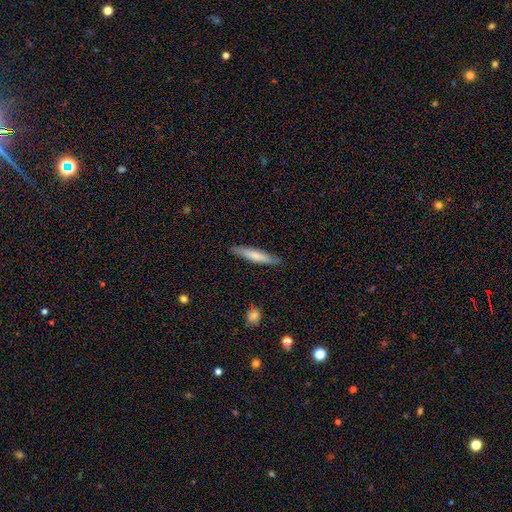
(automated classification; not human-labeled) Q: Smooth or featured?
A: smooth (70%); runner-up: featured or disk (24%)
Q: How rounded?
A: cigar-shaped (91%); runner-up: in between (8%)
Q: Merging?
A: none (89%); runner-up: minor disturbance (8%)